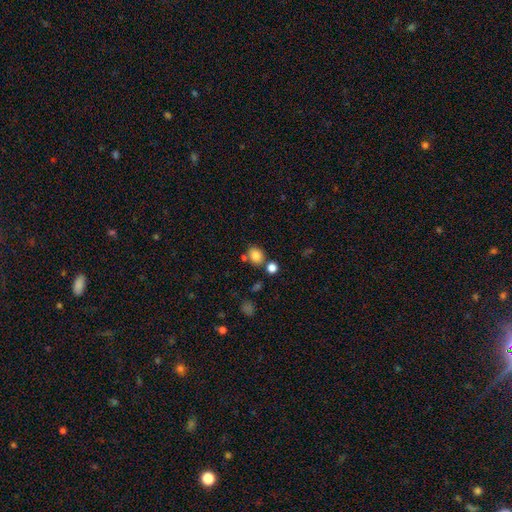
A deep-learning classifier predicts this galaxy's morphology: Smooth or featured?
  - smooth: 83% *
  - star or artifact: 11%
  - featured or disk: 6%
How rounded?
  - round: 60% *
  - in between: 39%
  - cigar-shaped: 1%
Merging?
  - none: 68% *
  - merger: 15%
  - minor disturbance: 12%
  - major disturbance: 4%